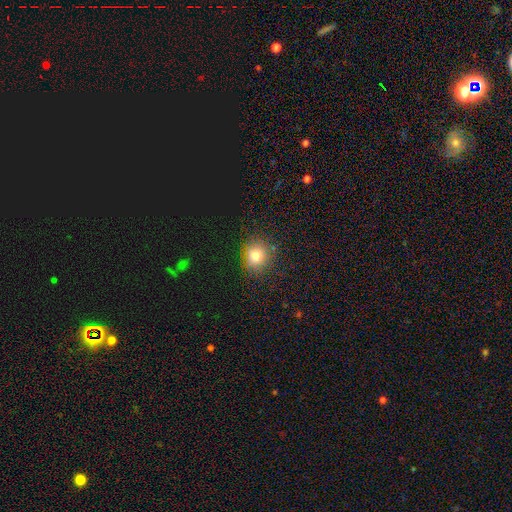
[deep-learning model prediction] A smooth galaxy with no disk features (75%) that is round (85%).

Vote fractions:
- Smooth or featured? smooth: 75% / star or artifact: 17% / featured or disk: 8%
- How rounded? round: 85% / in between: 14% / cigar-shaped: 1%
- Merging? none: 85% / minor disturbance: 11% / major disturbance: 3% / merger: 2%